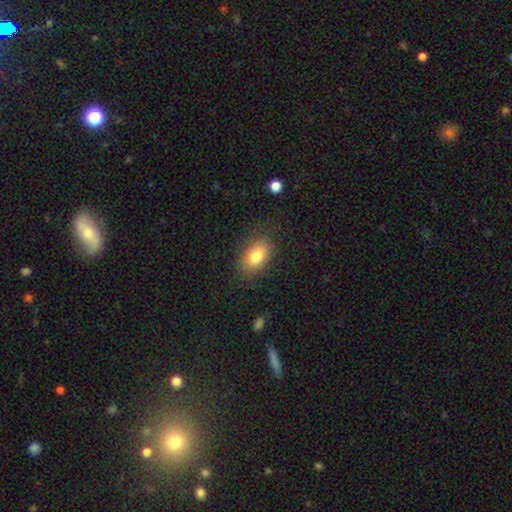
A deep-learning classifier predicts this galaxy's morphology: smooth 79%, featured or disk 12%, star or artifact 8%. Down the decision tree: how rounded — in between (86%); merging — none (81%).